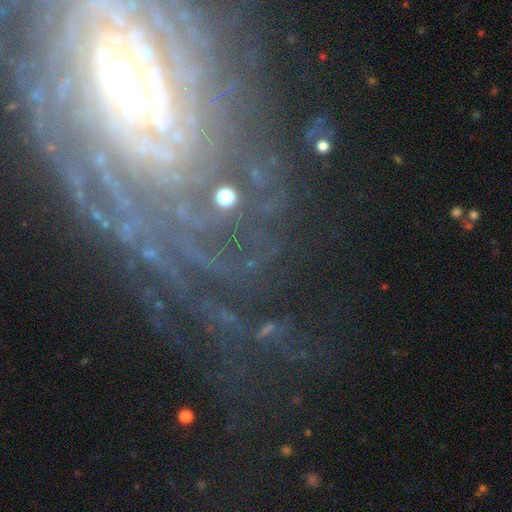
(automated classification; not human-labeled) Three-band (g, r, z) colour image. It shows a featured or disk galaxy (68%) with no bar (55%), tight (73%) spiral arms (93%) and a small central bulge (59%). Merging: none (67%).